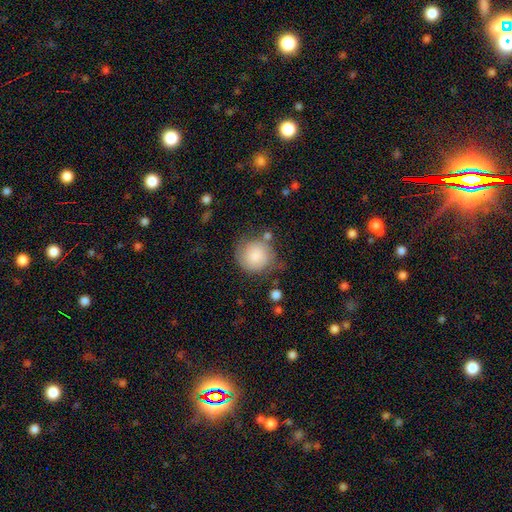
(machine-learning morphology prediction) Overall: smooth (72%). How rounded: round (90%). Merging: none (58%; minor disturbance 25%).